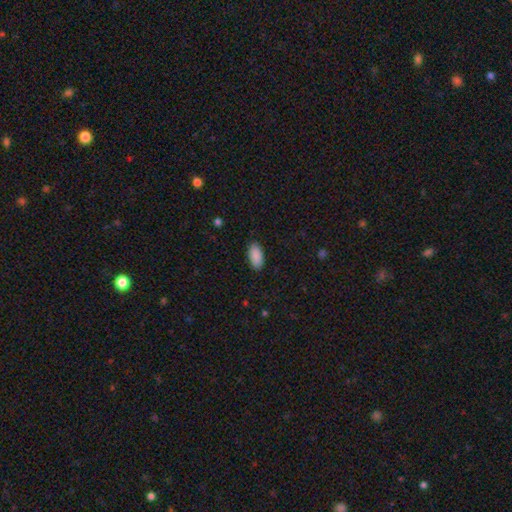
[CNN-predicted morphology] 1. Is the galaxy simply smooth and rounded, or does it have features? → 90% smooth, 6% star or artifact, 3% featured or disk.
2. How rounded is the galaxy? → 94% in between, 4% cigar-shaped, 2% round.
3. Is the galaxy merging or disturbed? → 88% none, 9% minor disturbance, 2% major disturbance, 1% merger.